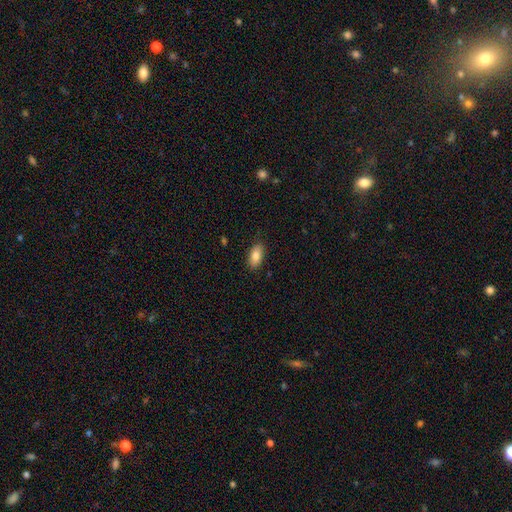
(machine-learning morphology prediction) A smooth galaxy with no disk features (85%) that is in between round and cigar-shaped (92%). Merging: none (85%).